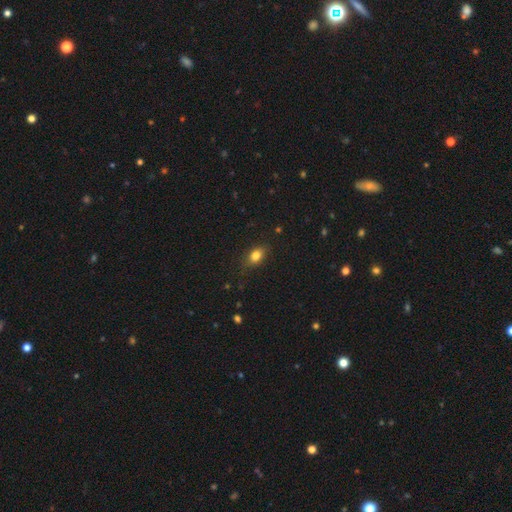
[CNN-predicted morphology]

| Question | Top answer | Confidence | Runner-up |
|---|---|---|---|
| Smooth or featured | smooth | 82% | star or artifact (10%) |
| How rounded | in between | 78% | round (18%) |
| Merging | none | 81% | minor disturbance (15%) |